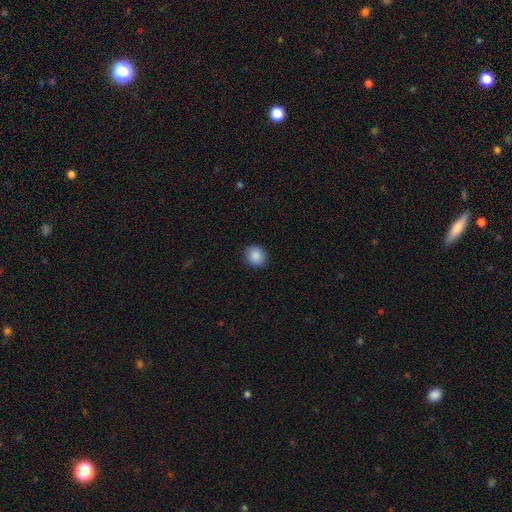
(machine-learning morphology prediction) smooth-or-featured: smooth: 88% | star or artifact: 8% | featured or disk: 4%
  how-rounded: round: 78% | in between: 22% | cigar-shaped: 1%
  merging: none: 90% | minor disturbance: 7% | major disturbance: 2% | merger: 1%